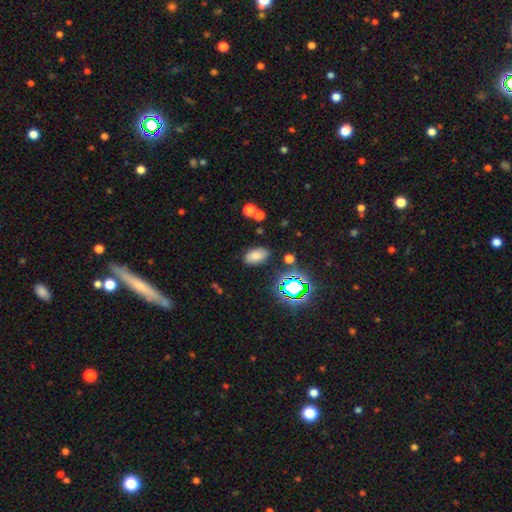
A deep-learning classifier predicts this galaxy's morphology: Smooth or featured?
  - smooth: 74% *
  - star or artifact: 18%
  - featured or disk: 9%
How rounded?
  - in between: 92% *
  - round: 6%
  - cigar-shaped: 2%
Merging?
  - none: 82% *
  - minor disturbance: 11%
  - major disturbance: 3%
  - merger: 3%